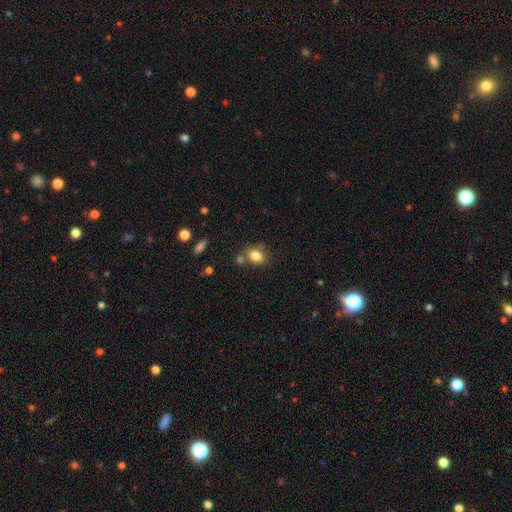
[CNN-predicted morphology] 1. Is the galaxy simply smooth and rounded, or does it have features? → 81% smooth, 10% star or artifact, 8% featured or disk.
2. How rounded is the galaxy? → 58% in between, 40% round, 1% cigar-shaped.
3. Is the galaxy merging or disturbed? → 61% none, 17% minor disturbance, 17% merger, 5% major disturbance.